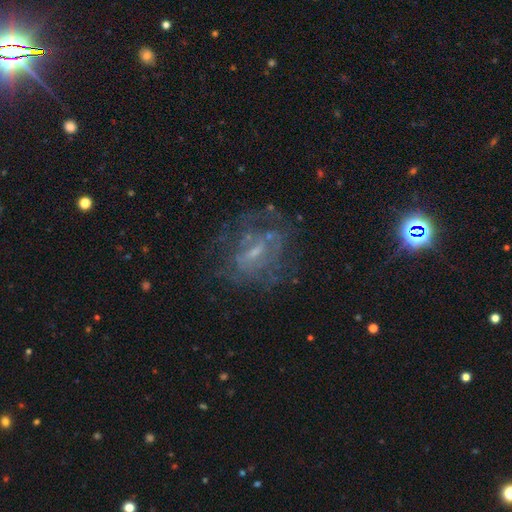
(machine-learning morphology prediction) smooth-or-featured: featured or disk: 62% | star or artifact: 22% | smooth: 16%
  disk-edge-on: no: 94% | yes: 6%
    bar: weak: 45% | no: 37% | strong: 18%
    has-spiral-arms: yes: 59% | no: 41%
    bulge-size: small: 59% | moderate: 21% | none: 17% | large: 2% | dominant: 1%
  merging: none: 65% | major disturbance: 17% | minor disturbance: 16% | merger: 2%